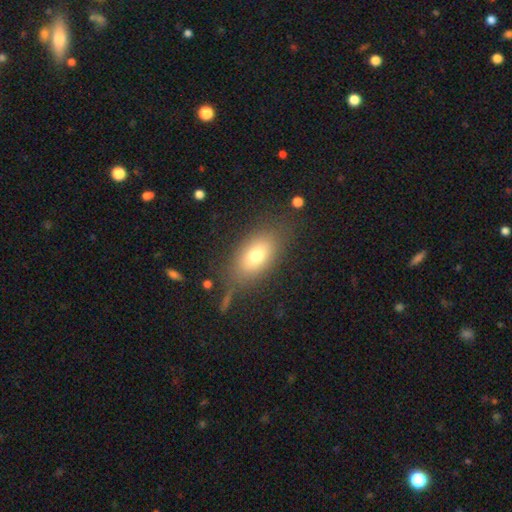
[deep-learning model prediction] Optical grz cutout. It shows a smooth galaxy with no disk features (74%) that is in between round and cigar-shaped (86%). Merging: none (76%).